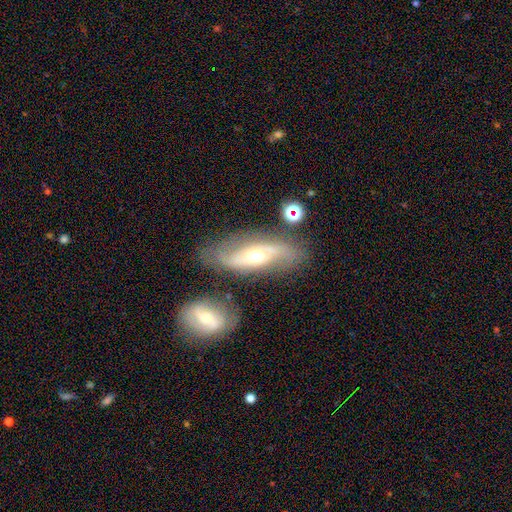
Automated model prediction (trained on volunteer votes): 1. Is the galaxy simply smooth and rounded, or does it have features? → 69% featured or disk, 24% smooth, 8% star or artifact.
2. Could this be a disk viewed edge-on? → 83% no, 17% yes.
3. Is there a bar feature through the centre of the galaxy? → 54% no, 32% weak, 14% strong.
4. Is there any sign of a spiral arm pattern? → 77% yes, 23% no.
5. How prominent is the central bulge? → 70% moderate, 16% large, 11% small, 2% dominant, 1% none.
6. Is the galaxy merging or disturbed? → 70% none, 17% minor disturbance, 7% major disturbance, 6% merger.